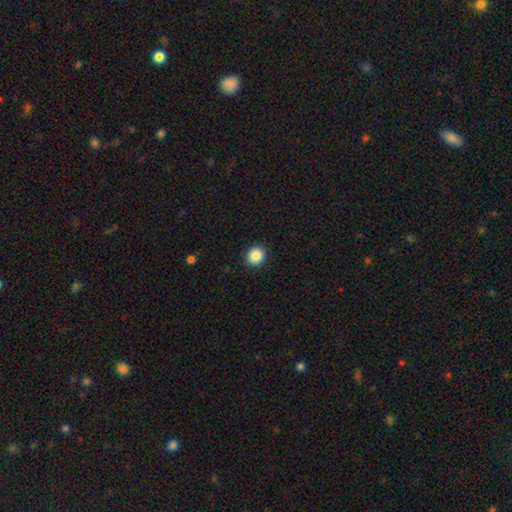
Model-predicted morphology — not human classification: Q: Smooth or featured?
A: smooth (86%); runner-up: star or artifact (9%)
Q: How rounded?
A: round (85%); runner-up: in between (14%)
Q: Merging?
A: none (91%); runner-up: minor disturbance (6%)